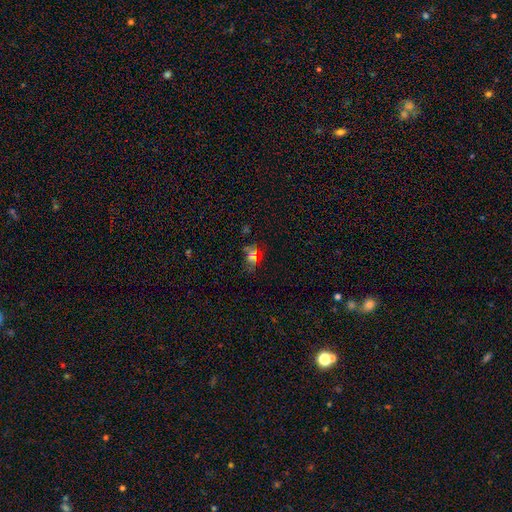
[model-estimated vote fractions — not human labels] Morphology: type=smooth (49%); merging=none (58%).